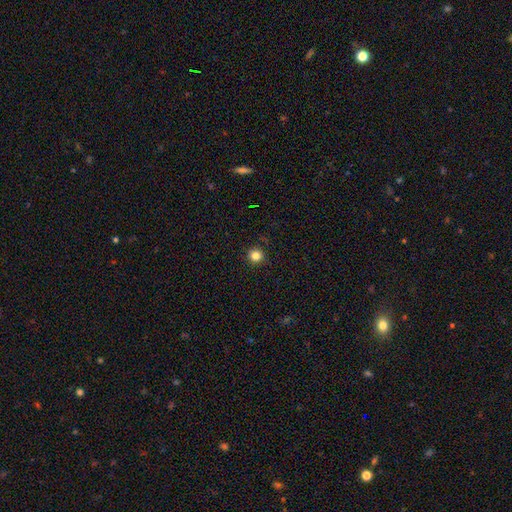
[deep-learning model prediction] The model was most divided on "smooth or featured": smooth: 83%, star or artifact: 12%, featured or disk: 4%. More confident: how rounded — round (95%); merging — none (92%).